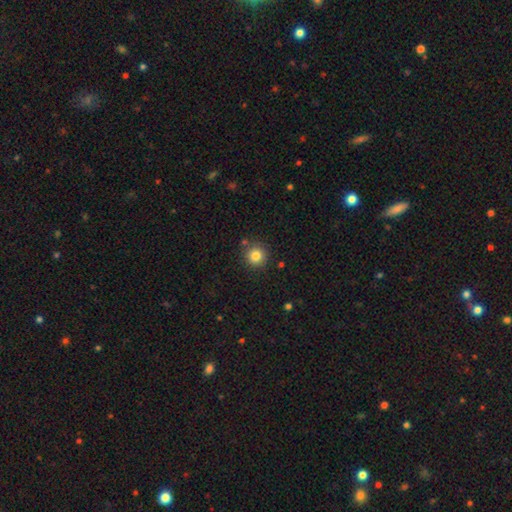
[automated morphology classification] This is clearly a smooth galaxy (82%). How rounded: clearly round (94%). Merging: clearly none (85%).